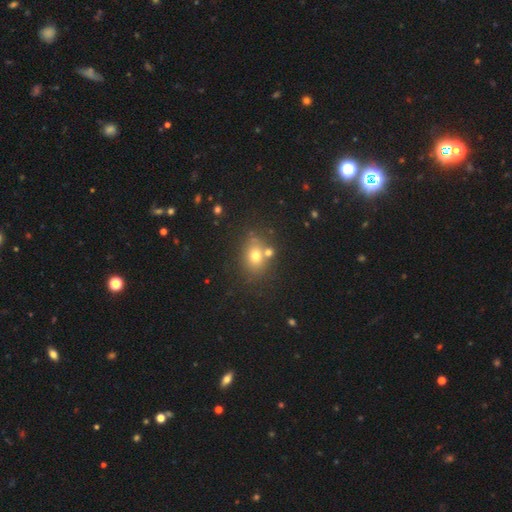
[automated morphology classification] Smooth or featured: smooth — 70% (star or artifact — 17%)
How rounded: in between — 51% (round — 47%)
Merging: none — 64% (merger — 19%)